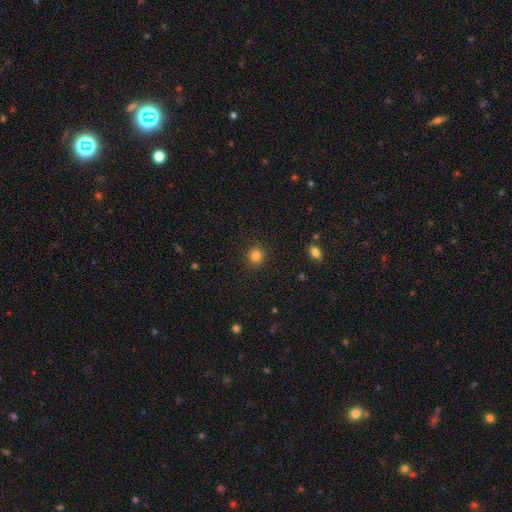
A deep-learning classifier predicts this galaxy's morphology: smooth-or-featured: smooth: 84% | star or artifact: 12% | featured or disk: 4%
  how-rounded: round: 87% | in between: 12% | cigar-shaped: 1%
  merging: none: 90% | minor disturbance: 7% | major disturbance: 2% | merger: 1%